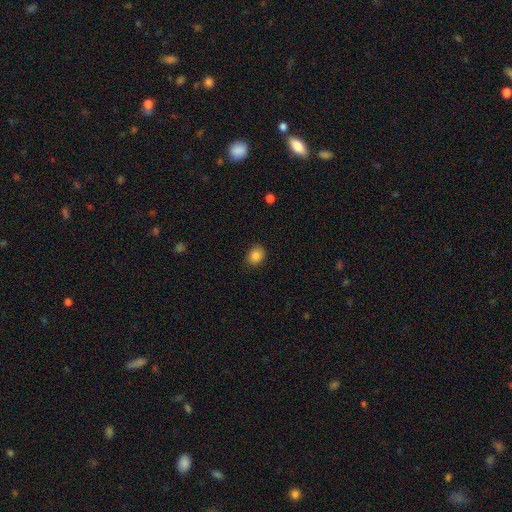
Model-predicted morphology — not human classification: Q: Smooth or featured?
A: smooth (86%); runner-up: star or artifact (10%)
Q: How rounded?
A: round (58%); runner-up: in between (41%)
Q: Merging?
A: none (84%); runner-up: minor disturbance (12%)